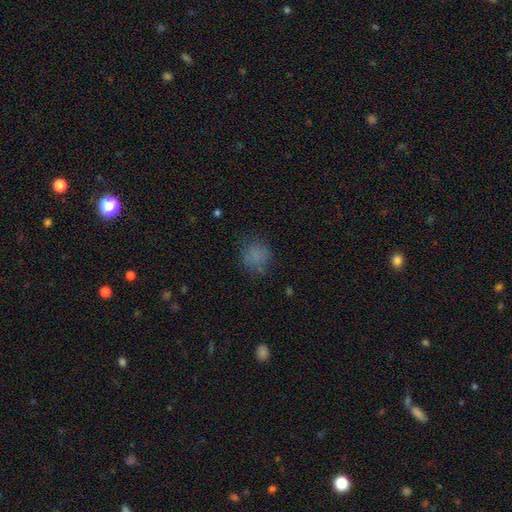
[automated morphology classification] This is likely a smooth galaxy (74%). How rounded: likely round (78%). Merging: likely none (69%).